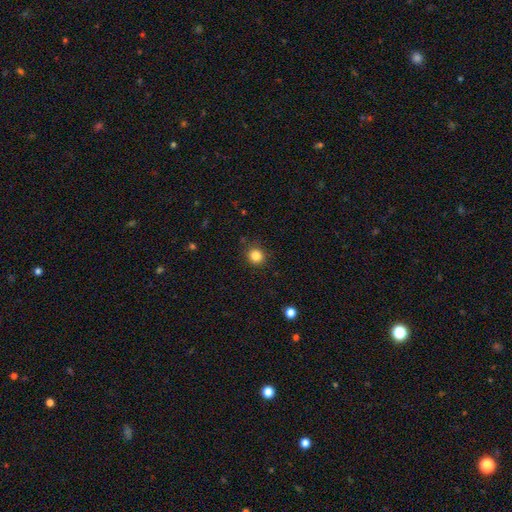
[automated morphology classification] Smooth or featured?
  - smooth: 84% *
  - star or artifact: 12%
  - featured or disk: 4%
How rounded?
  - round: 91% *
  - in between: 8%
  - cigar-shaped: 1%
Merging?
  - none: 88% *
  - minor disturbance: 8%
  - major disturbance: 2%
  - merger: 1%